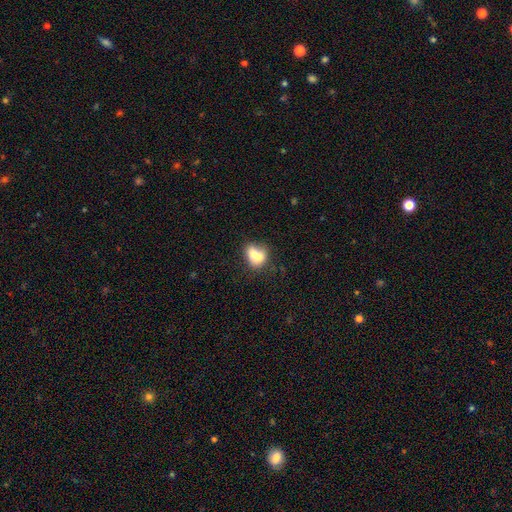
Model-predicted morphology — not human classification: smooth-or-featured: smooth: 70% | featured or disk: 21% | star or artifact: 9%
  how-rounded: in between: 66% | round: 31% | cigar-shaped: 3%
  merging: merger: 46% | none: 29% | minor disturbance: 16% | major disturbance: 9%